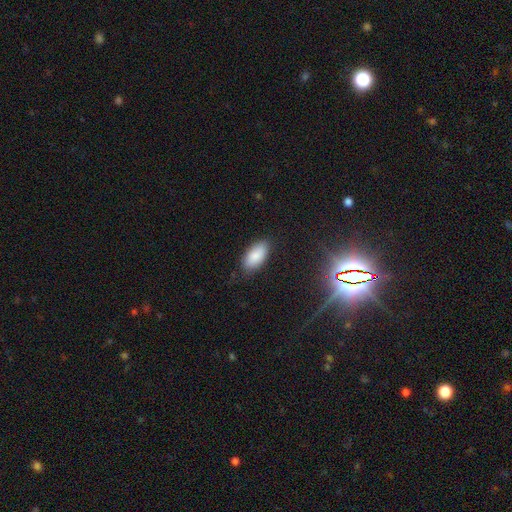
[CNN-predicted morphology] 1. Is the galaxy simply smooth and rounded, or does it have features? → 86% smooth, 7% featured or disk, 7% star or artifact.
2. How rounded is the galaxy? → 92% in between, 5% cigar-shaped, 2% round.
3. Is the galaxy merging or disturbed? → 81% none, 15% minor disturbance, 3% major disturbance, 1% merger.